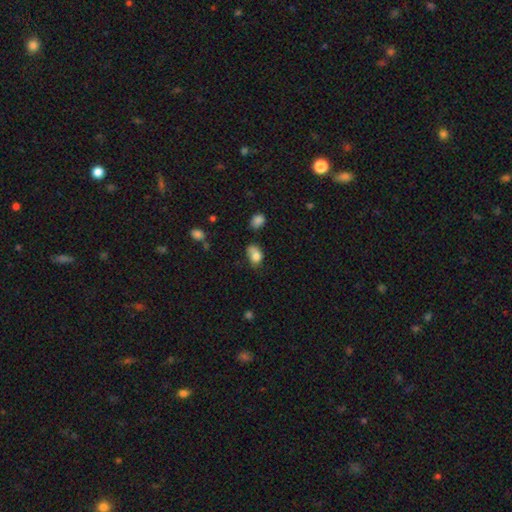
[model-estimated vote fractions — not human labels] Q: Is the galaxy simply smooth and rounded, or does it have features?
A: smooth — 78%.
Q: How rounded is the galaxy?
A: in between — 72%.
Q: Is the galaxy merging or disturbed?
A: none — 37%.